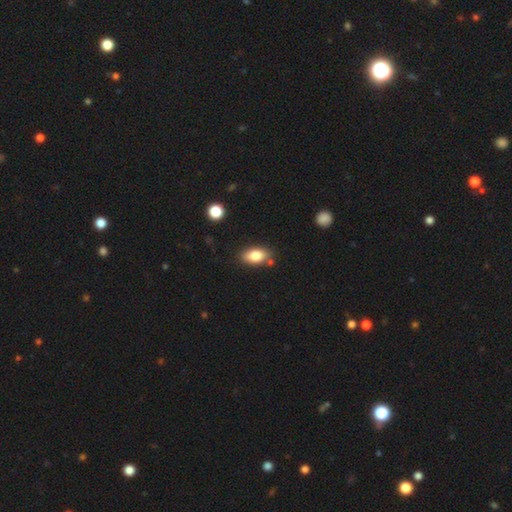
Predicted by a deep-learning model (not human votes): This appears to be a smooth galaxy with no disk features (81%) that is in between round and cigar-shaped (90%). Merging: none (79%).